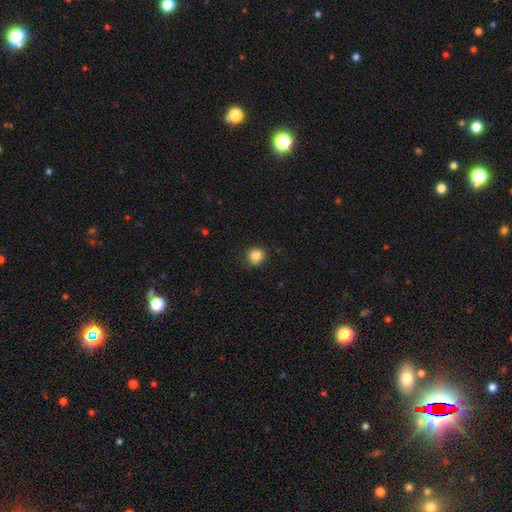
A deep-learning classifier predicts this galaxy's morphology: Overall: smooth (84%). How rounded: round (93%). Merging: none (86%).